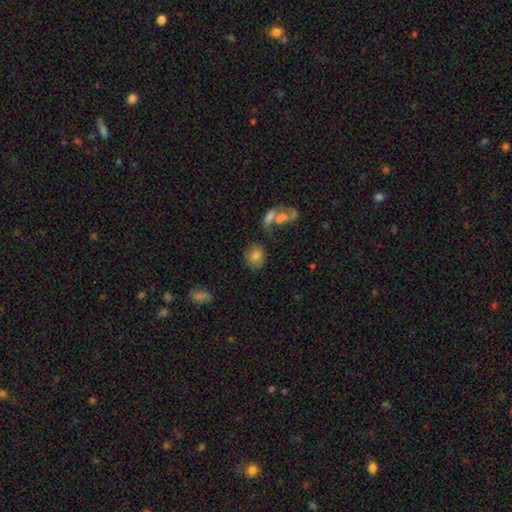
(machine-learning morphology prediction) This appears to be a smooth galaxy with no disk features (78%) that is round (54%). Merging: none (64%).